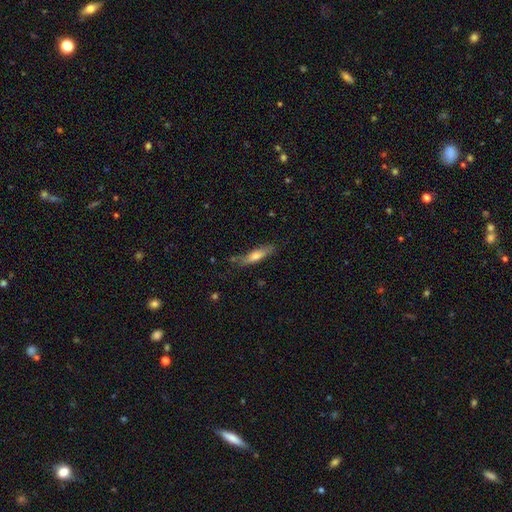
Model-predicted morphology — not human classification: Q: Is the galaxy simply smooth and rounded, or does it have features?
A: smooth — 57%.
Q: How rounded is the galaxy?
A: cigar-shaped — 77%.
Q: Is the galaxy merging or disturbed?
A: none — 73%.